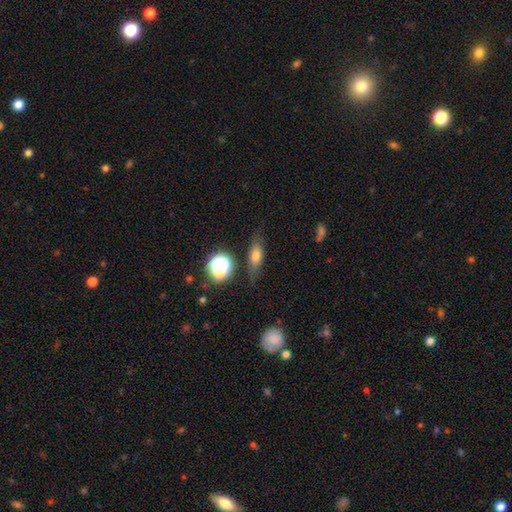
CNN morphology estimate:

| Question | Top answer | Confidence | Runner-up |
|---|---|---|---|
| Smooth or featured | smooth | 62% | featured or disk (24%) |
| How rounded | in between | 55% | cigar-shaped (32%) |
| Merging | none | 72% | minor disturbance (19%) |